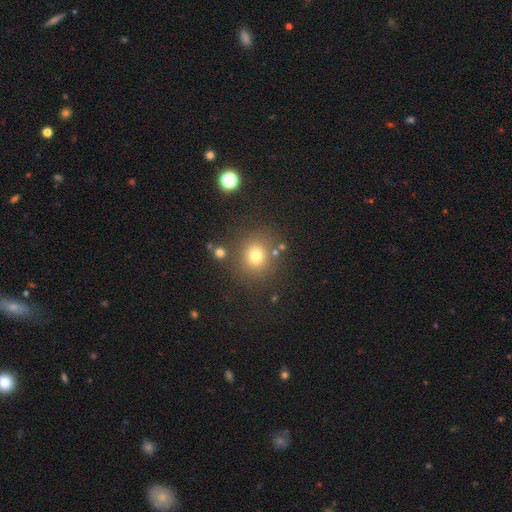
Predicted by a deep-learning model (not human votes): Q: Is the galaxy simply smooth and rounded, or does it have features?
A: smooth — 73%.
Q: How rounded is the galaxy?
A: round — 86%.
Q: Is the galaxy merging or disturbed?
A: none — 81%.